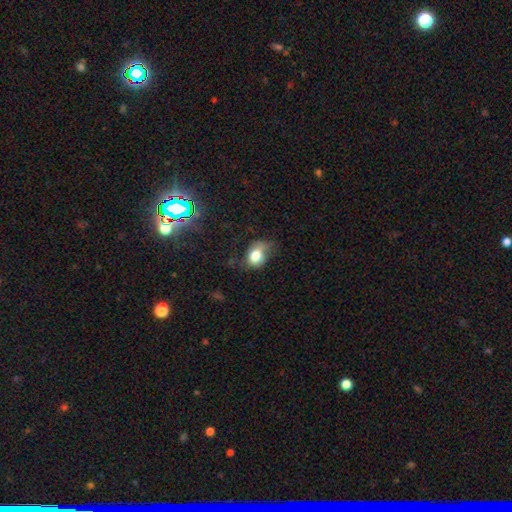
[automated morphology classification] Smooth or featured? smooth (75%)
How rounded? in between (62%)
Merging? none (42%)